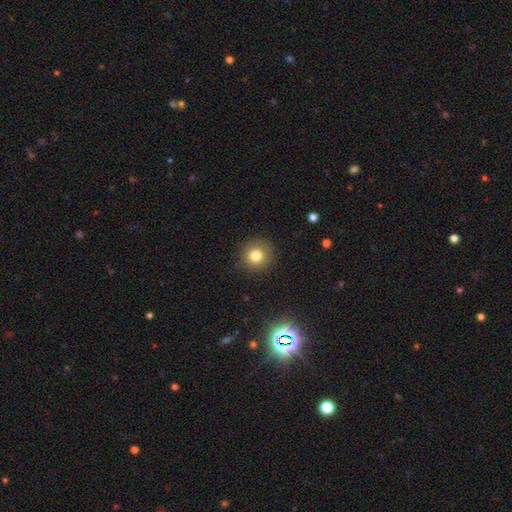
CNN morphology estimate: Smooth or featured? Predicted: smooth (p=0.79). How rounded? Predicted: round (p=0.91). Merging? Predicted: none (p=0.88).